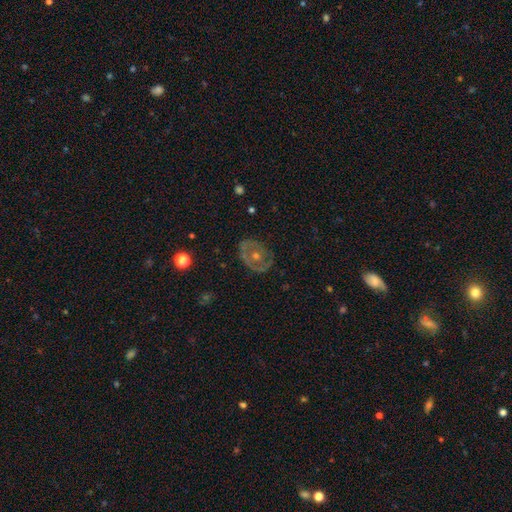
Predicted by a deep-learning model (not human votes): Smooth or featured?
  - featured or disk: 64% *
  - smooth: 27%
  - star or artifact: 9%
Edge-on disk?
  - no: 95% *
  - yes: 5%
Bar?
  - no: 86% *
  - weak: 11%
  - strong: 3%
Spiral arms?
  - no: 67% *
  - yes: 33%
Bulge size?
  - moderate: 55% *
  - small: 40%
  - large: 2%
  - none: 2%
  - dominant: 1%
Merging?
  - none: 77% *
  - minor disturbance: 16%
  - major disturbance: 6%
  - merger: 1%